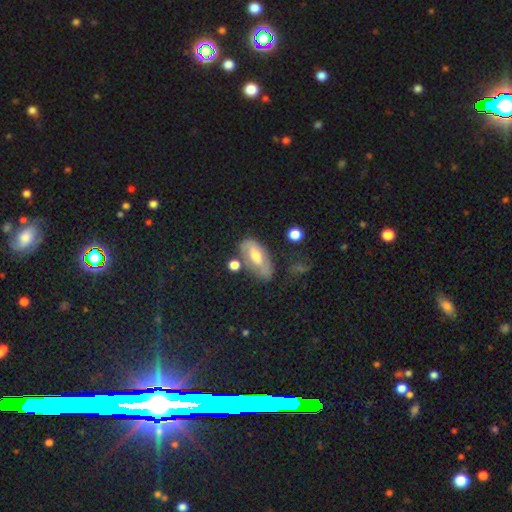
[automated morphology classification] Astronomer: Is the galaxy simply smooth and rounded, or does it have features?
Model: featured or disk — 46% (runner-up: smooth, 44%).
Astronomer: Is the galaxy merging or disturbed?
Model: none — 61%.